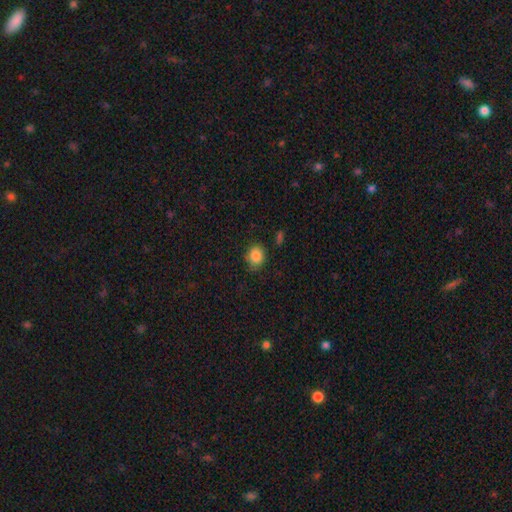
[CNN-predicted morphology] smooth 87%, star or artifact 9%, featured or disk 4%. Down the decision tree: how rounded — round (62%); merging — none (78%).